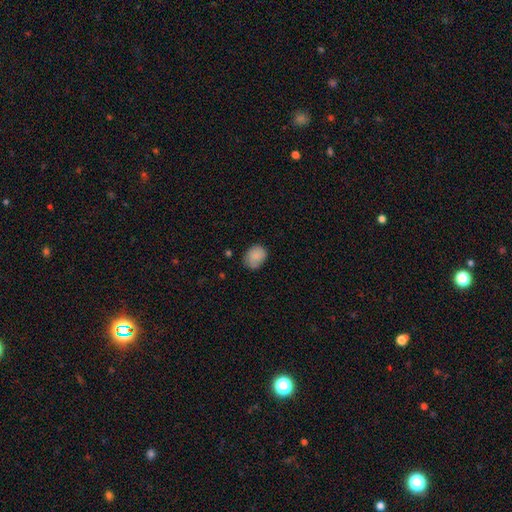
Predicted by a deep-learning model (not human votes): Q: Smooth or featured?
A: smooth (86%); runner-up: star or artifact (8%)
Q: How rounded?
A: in between (55%); runner-up: round (44%)
Q: Merging?
A: none (72%); runner-up: minor disturbance (22%)